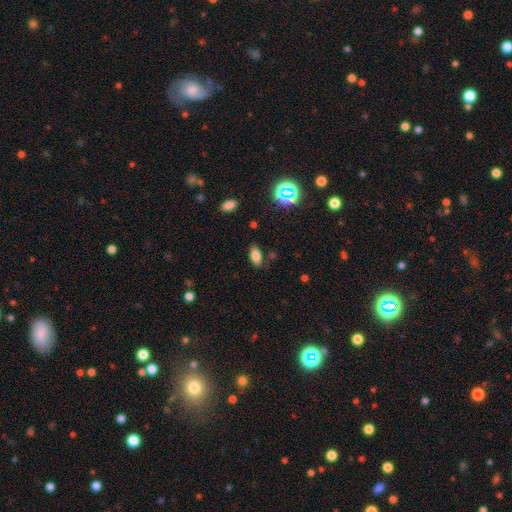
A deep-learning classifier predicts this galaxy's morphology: A smooth galaxy with no disk features (78%) that is in between round and cigar-shaped (88%).

Vote fractions:
- Smooth or featured? smooth: 78% / star or artifact: 13% / featured or disk: 9%
- How rounded? in between: 88% / cigar-shaped: 7% / round: 5%
- Merging? none: 80% / minor disturbance: 14% / major disturbance: 4% / merger: 3%